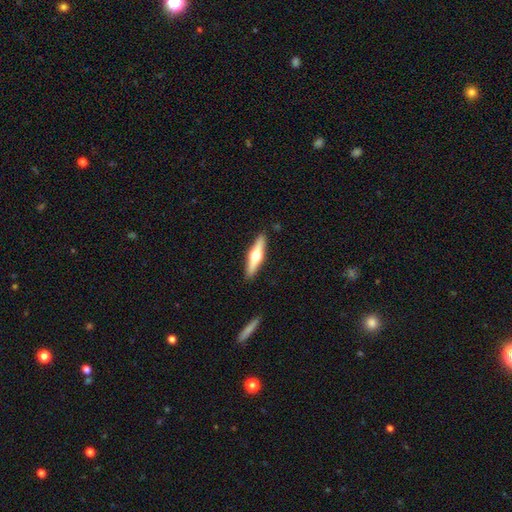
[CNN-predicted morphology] Smooth or featured? Predicted: featured or disk (p=0.58). Edge-on disk? Predicted: yes (p=0.95). Edge-on bulge? Predicted: rounded (p=0.95). Merging? Predicted: none (p=0.90).